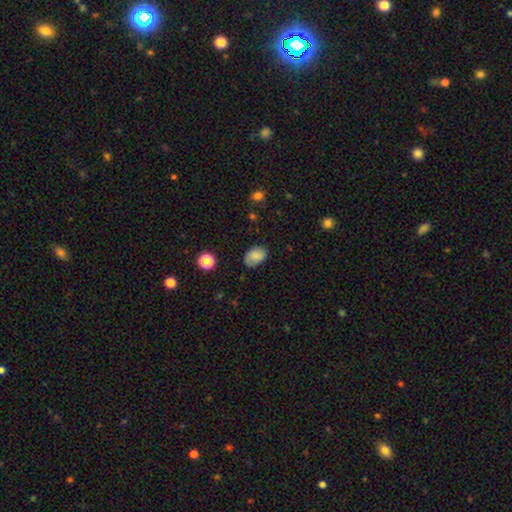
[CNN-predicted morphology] Smooth or featured? smooth (78%)
How rounded? in between (79%)
Merging? none (67%)